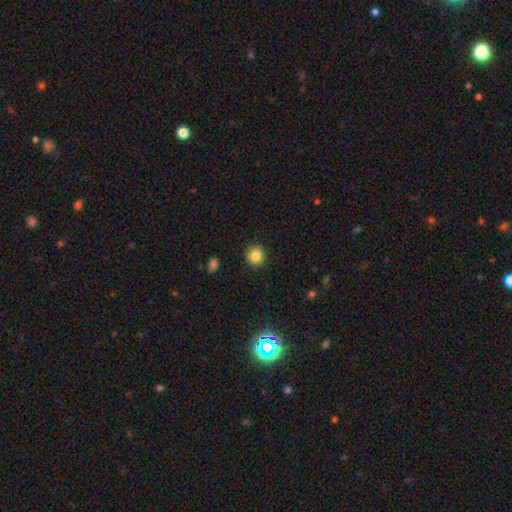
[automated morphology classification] Overall: smooth (84%). How rounded: round (90%). Merging: none (89%).